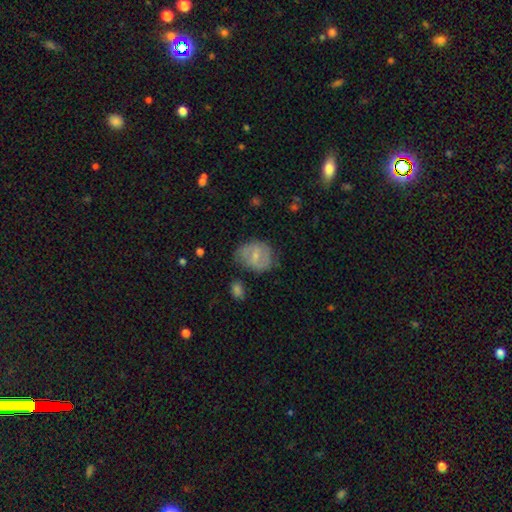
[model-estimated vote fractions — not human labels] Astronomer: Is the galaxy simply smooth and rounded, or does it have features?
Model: featured or disk — 48% (runner-up: smooth, 45%).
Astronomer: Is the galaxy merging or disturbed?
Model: none — 60%.